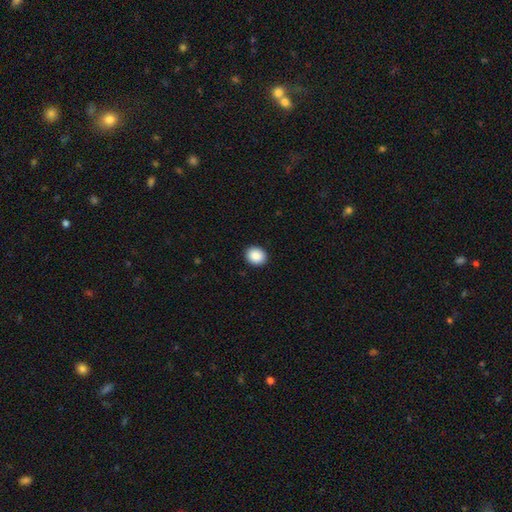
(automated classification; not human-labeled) A smooth galaxy with no disk features (90%) that is round (61%).

Vote fractions:
- Smooth or featured? smooth: 90% / star or artifact: 8% / featured or disk: 3%
- How rounded? round: 61% / in between: 38% / cigar-shaped: 1%
- Merging? none: 92% / minor disturbance: 6% / major disturbance: 2% / merger: 1%